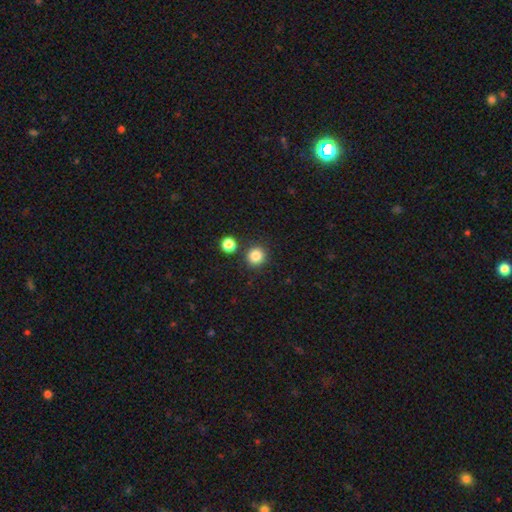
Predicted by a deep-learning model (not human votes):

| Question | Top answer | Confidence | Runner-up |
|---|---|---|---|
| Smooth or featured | smooth | 84% | star or artifact (11%) |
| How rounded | round | 92% | in between (7%) |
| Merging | none | 85% | minor disturbance (7%) |